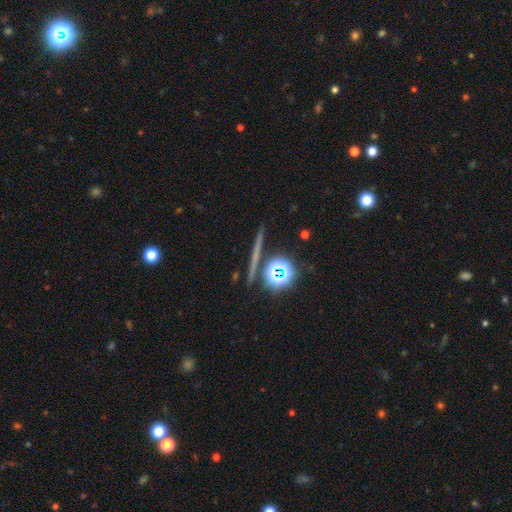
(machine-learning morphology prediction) The model was most divided on "smooth or featured": star or artifact: 42%, featured or disk: 33%, smooth: 25%.